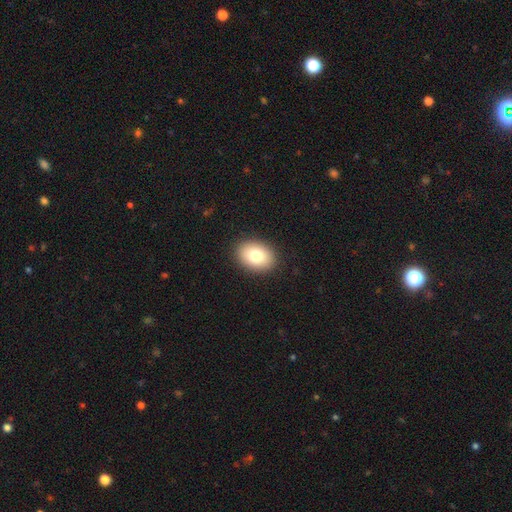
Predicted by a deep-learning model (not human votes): Overall: smooth (79%). How rounded: in between (75%). Merging: none (90%).